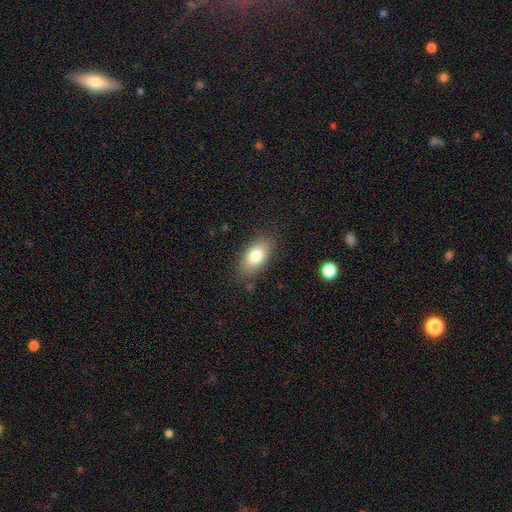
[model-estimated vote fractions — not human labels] A smooth galaxy with no disk features (79%) that is in between round and cigar-shaped (89%).

Vote fractions:
- Smooth or featured? smooth: 79% / featured or disk: 14% / star or artifact: 8%
- How rounded? in between: 89% / cigar-shaped: 6% / round: 5%
- Merging? none: 82% / minor disturbance: 13% / major disturbance: 3% / merger: 1%